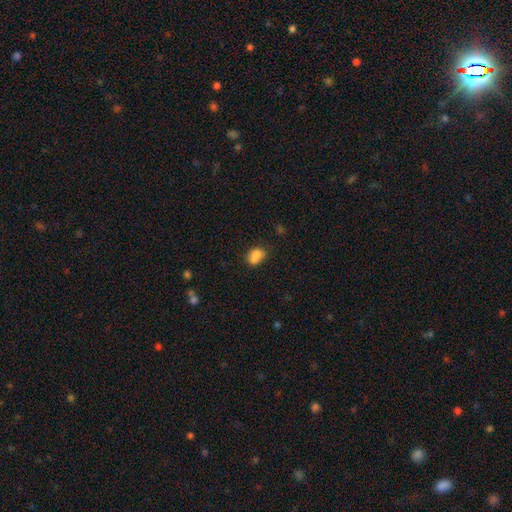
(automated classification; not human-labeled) The model was most divided on "merging": merger: 39%, none: 37%, minor disturbance: 18%, major disturbance: 6%. More confident: smooth or featured — smooth (77%); how rounded — in between (66%).